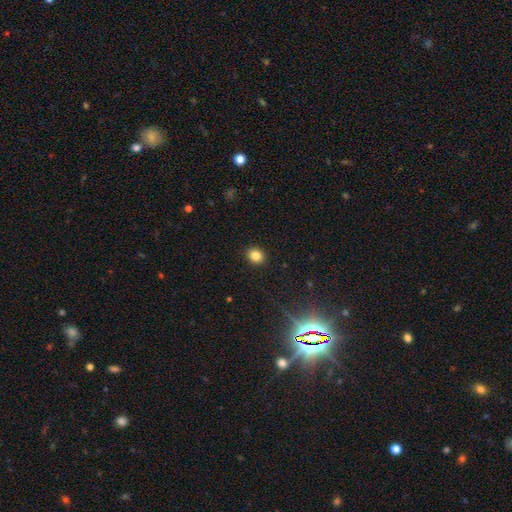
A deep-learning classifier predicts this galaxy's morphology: Q: Smooth or featured?
A: smooth (83%); runner-up: star or artifact (11%)
Q: How rounded?
A: round (63%); runner-up: in between (36%)
Q: Merging?
A: none (91%); runner-up: minor disturbance (6%)